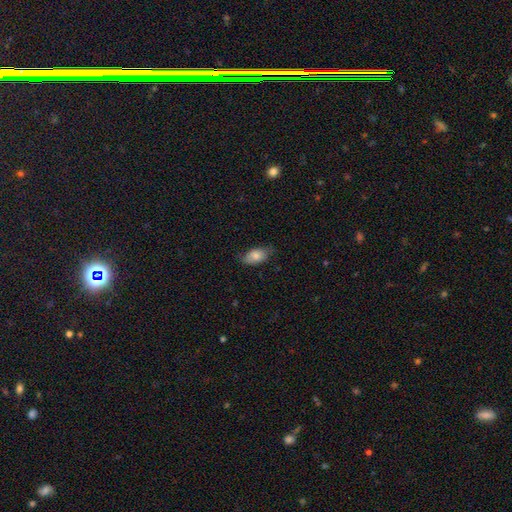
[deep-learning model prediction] The model was most divided on "merging": none: 70%, minor disturbance: 24%, major disturbance: 4%, merger: 1%. More confident: how rounded — in between (92%); smooth or featured — smooth (79%).